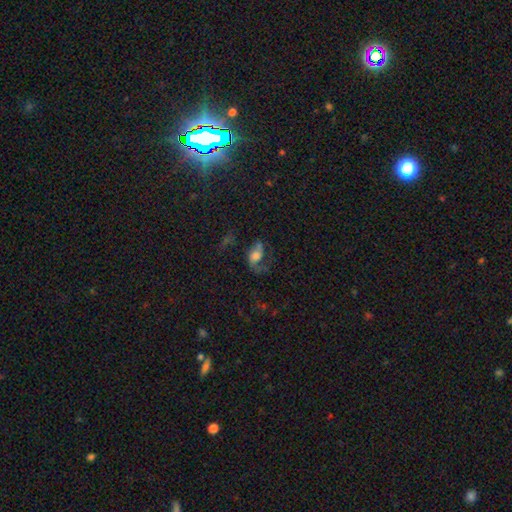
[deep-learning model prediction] smooth-or-featured: featured or disk: 52% | smooth: 38% | star or artifact: 11%
  disk-edge-on: no: 95% | yes: 5%
  merging: none: 39% | major disturbance: 36% | minor disturbance: 21% | merger: 4%